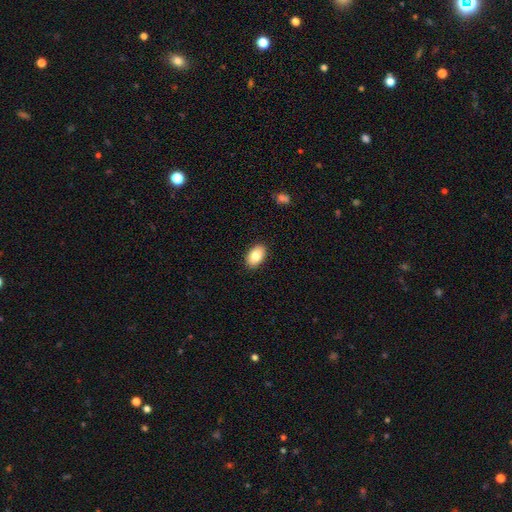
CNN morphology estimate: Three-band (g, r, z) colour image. It shows a smooth galaxy with no disk features (84%) that is in between round and cigar-shaped (90%). Merging: none (89%).